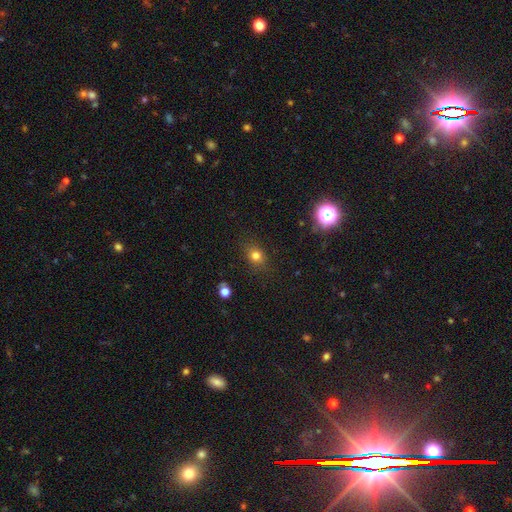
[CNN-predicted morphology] A smooth galaxy with no disk features (78%) that is round (57%). Merging: none (83%).